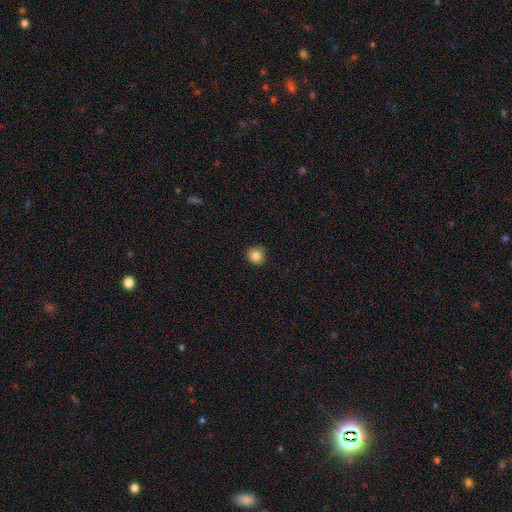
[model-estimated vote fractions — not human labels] A smooth galaxy with no disk features (85%) that is round (90%). Merging: none (83%).